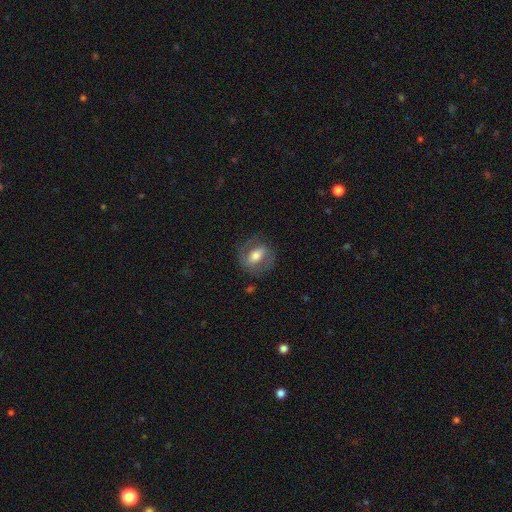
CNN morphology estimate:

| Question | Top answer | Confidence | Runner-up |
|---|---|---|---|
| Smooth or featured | featured or disk | 55% | smooth (38%) |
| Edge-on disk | no | 94% | yes (6%) |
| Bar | weak | 38% | strong (33%) |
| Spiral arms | yes | 69% | no (31%) |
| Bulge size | moderate | 61% | large (21%) |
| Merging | none | 71% | minor disturbance (16%) |